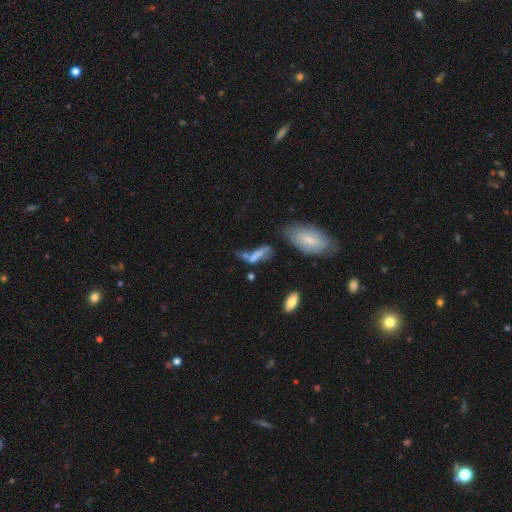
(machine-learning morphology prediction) Smooth or featured: smooth — 55% (featured or disk — 33%)
How rounded: in between — 48% (cigar-shaped — 46%)
Merging: merger — 31% (none — 29%)